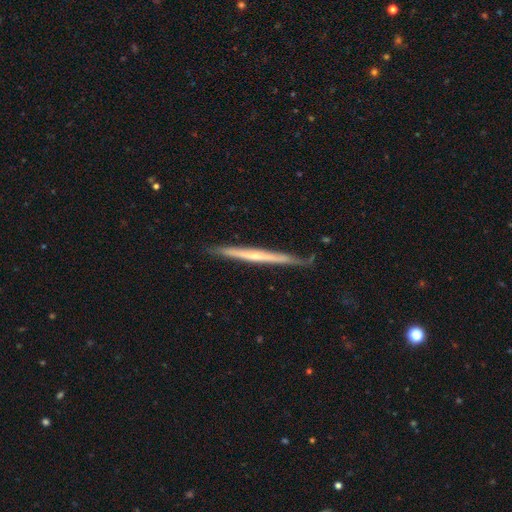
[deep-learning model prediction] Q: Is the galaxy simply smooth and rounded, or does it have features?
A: featured or disk — 67%.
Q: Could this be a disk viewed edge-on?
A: yes — 96%.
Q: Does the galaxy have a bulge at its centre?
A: none — 59%.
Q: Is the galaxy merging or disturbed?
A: none — 82%.